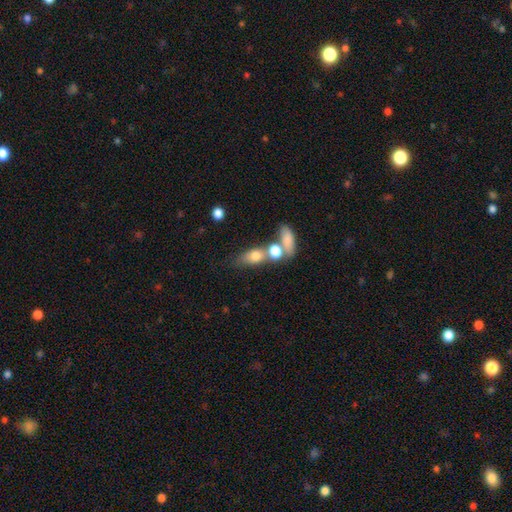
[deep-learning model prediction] smooth-or-featured: smooth: 72% | featured or disk: 18% | star or artifact: 10%
  how-rounded: in between: 64% | round: 22% | cigar-shaped: 14%
  merging: merger: 45% | none: 35% | minor disturbance: 12% | major disturbance: 8%